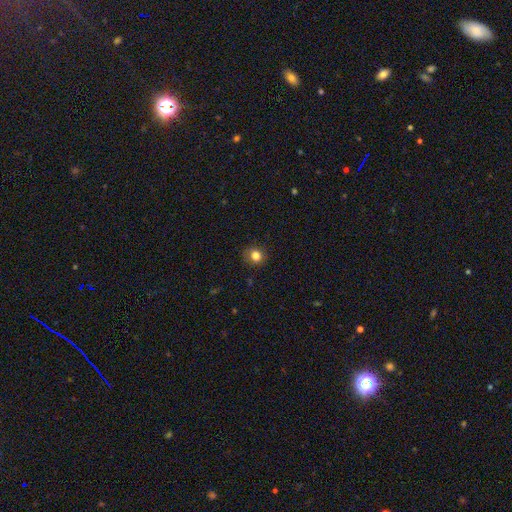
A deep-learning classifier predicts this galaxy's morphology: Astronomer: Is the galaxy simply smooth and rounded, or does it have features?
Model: smooth — 82%.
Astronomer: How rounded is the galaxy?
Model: round — 78%.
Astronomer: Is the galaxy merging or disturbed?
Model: none — 85%.